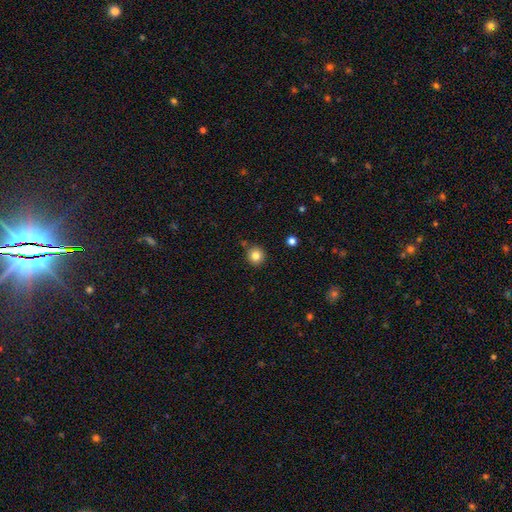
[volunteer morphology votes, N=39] This is clearly a smooth galaxy (92%). How rounded: clearly round (97%). Merging: clearly none (100%).